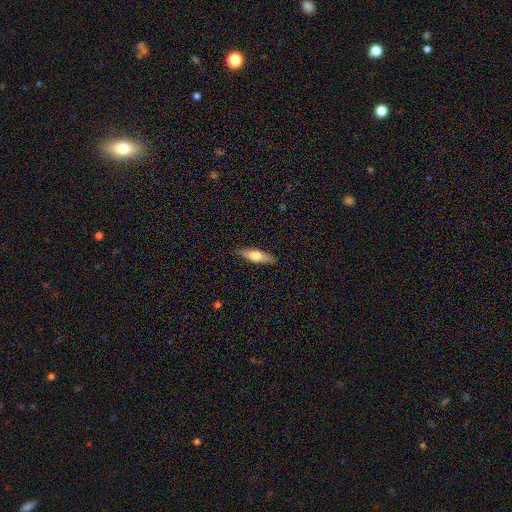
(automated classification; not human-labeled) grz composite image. It shows a smooth galaxy with no disk features (61%) that is cigar-shaped (58%). Merging: none (86%).